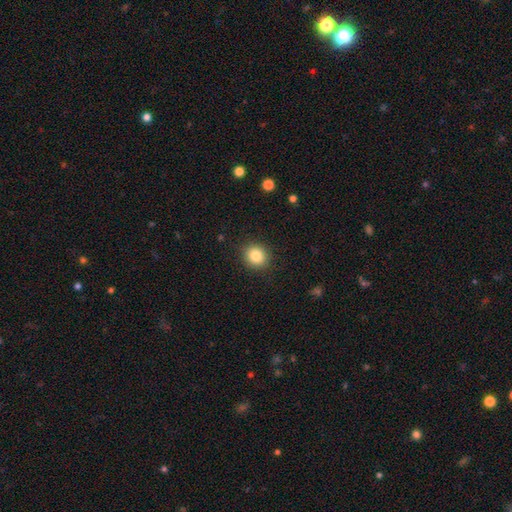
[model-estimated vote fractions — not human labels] This is clearly a smooth galaxy (83%). How rounded: clearly round (86%). Merging: clearly none (90%).